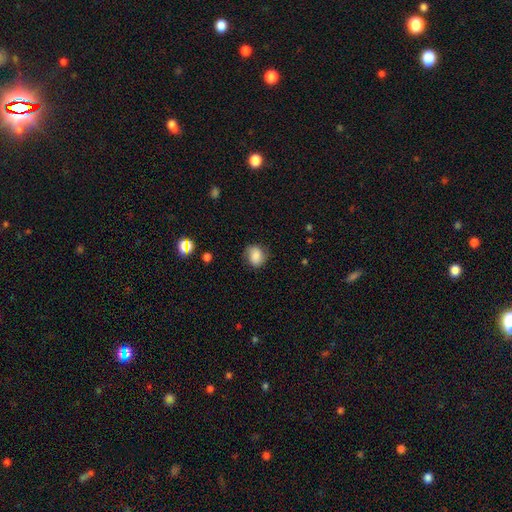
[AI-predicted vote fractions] The model was most divided on "how rounded": round: 63%, in between: 36%, cigar-shaped: 1%. More confident: merging — none (73%); smooth or featured — smooth (72%).